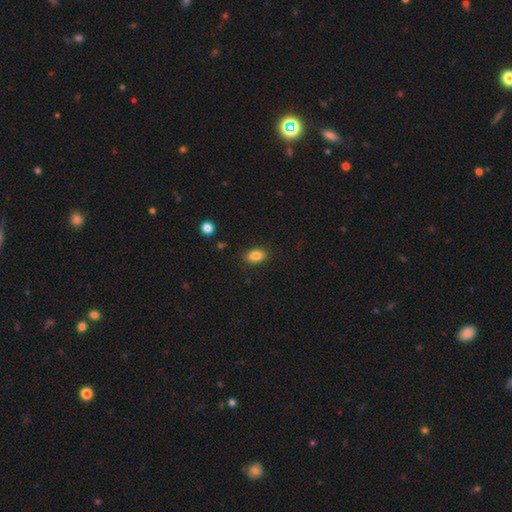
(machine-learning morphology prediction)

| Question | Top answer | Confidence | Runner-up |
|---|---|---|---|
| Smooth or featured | smooth | 85% | star or artifact (9%) |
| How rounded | in between | 81% | round (17%) |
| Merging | none | 87% | minor disturbance (9%) |